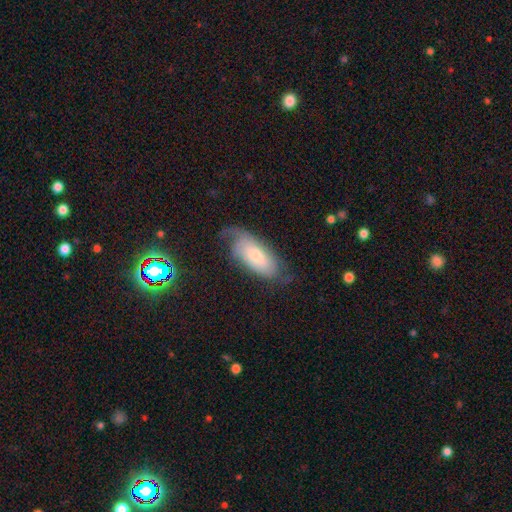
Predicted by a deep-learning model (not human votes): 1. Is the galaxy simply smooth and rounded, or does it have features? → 55% featured or disk, 38% smooth, 7% star or artifact.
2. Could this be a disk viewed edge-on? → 90% no, 10% yes.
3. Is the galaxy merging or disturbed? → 51% none, 27% minor disturbance, 21% major disturbance, 2% merger.